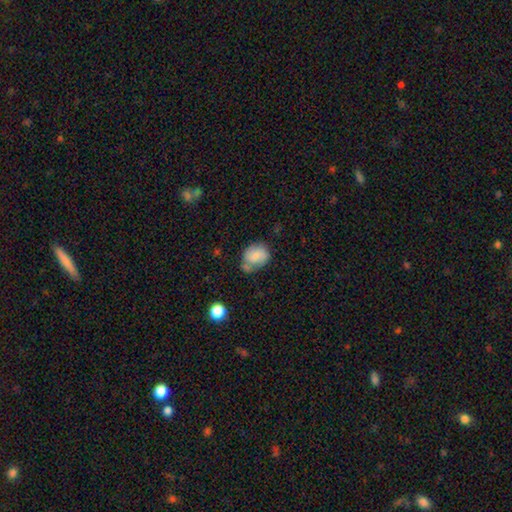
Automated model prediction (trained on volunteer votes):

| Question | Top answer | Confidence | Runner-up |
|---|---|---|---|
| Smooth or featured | smooth | 73% | featured or disk (18%) |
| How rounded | in between | 50% | round (49%) |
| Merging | none | 47% | minor disturbance (29%) |